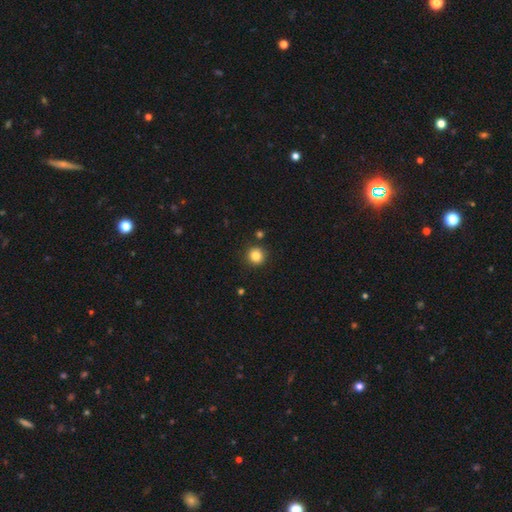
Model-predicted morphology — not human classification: smooth 84%, star or artifact 11%, featured or disk 5%. Down the decision tree: how rounded — round (93%); merging — none (88%).